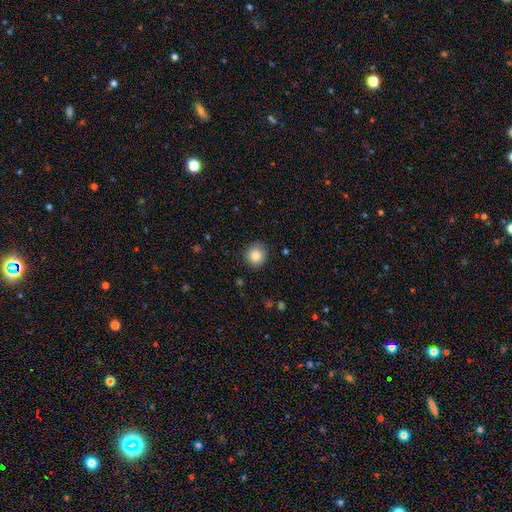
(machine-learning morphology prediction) Overall: smooth (86%). How rounded: round (90%). Merging: none (87%).